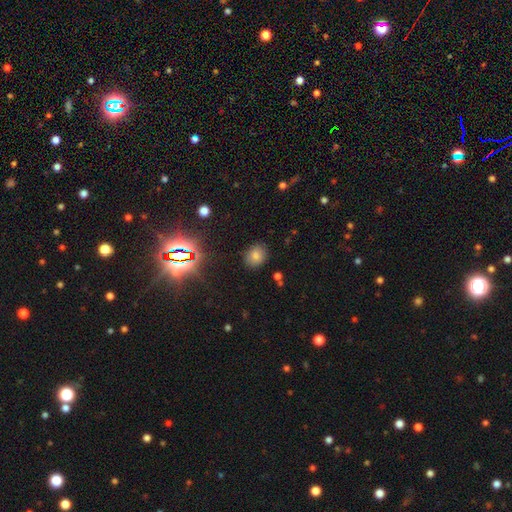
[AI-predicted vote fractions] smooth 56%, star or artifact 34%, featured or disk 10%. Down the decision tree: how rounded — round (65%); merging — none (86%).